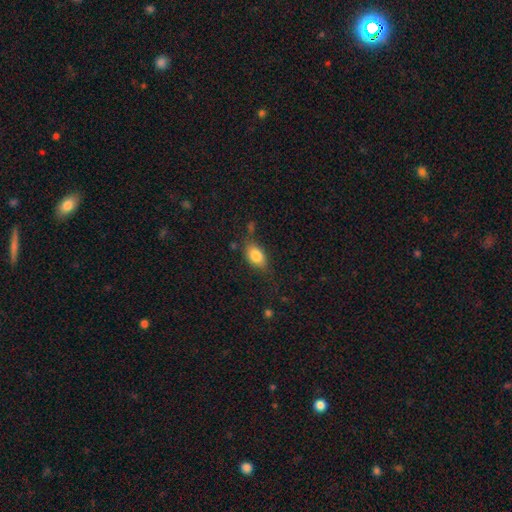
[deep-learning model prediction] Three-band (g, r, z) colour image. It shows a smooth galaxy with no disk features (81%) that is in between round and cigar-shaped (86%). Merging: none (66%).